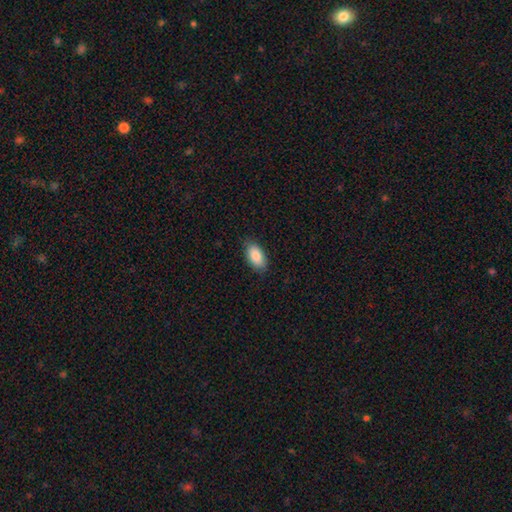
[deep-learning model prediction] smooth-or-featured: smooth: 87% | featured or disk: 6% | star or artifact: 6%
  how-rounded: in between: 94% | round: 3% | cigar-shaped: 3%
  merging: none: 85% | minor disturbance: 12% | major disturbance: 2% | merger: 1%